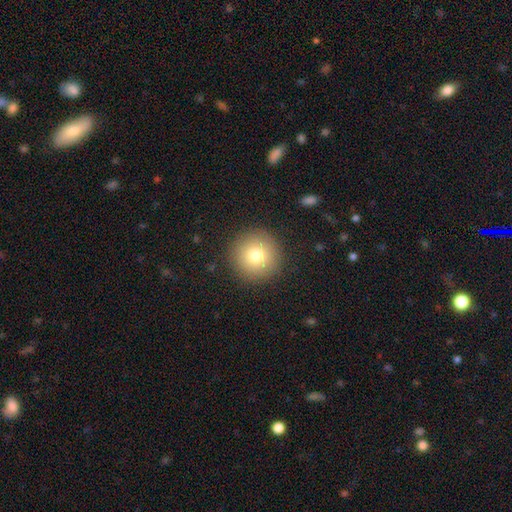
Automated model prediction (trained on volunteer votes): A smooth galaxy with no disk features (78%) that is round (96%). Merging: none (91%).